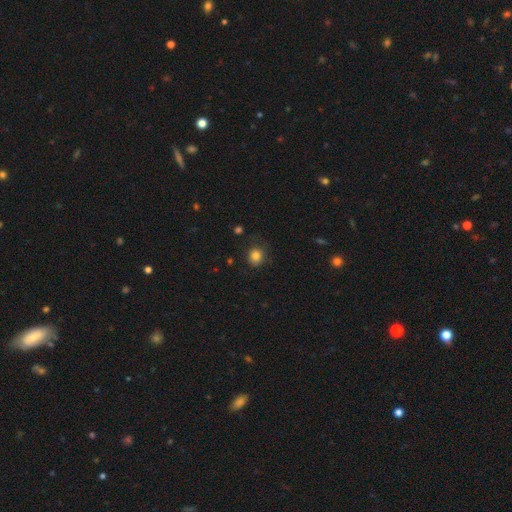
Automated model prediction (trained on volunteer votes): This is clearly a smooth galaxy (83%). How rounded: likely round (78%). Merging: likely none (77%).